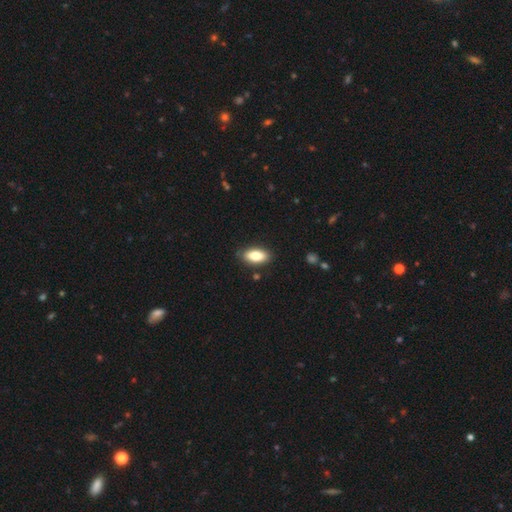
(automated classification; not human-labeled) smooth-or-featured: smooth: 81% | featured or disk: 12% | star or artifact: 7%
  how-rounded: in between: 89% | cigar-shaped: 8% | round: 3%
  merging: none: 86% | minor disturbance: 10% | major disturbance: 2% | merger: 1%